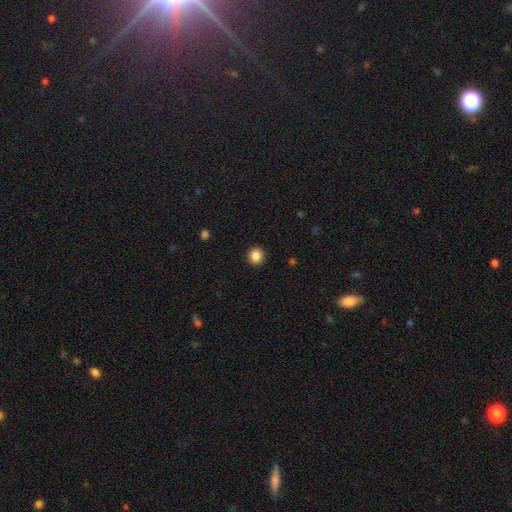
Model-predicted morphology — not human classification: The model was most divided on "smooth or featured": smooth: 87%, star or artifact: 10%, featured or disk: 3%. More confident: merging — none (93%); how rounded — round (90%).